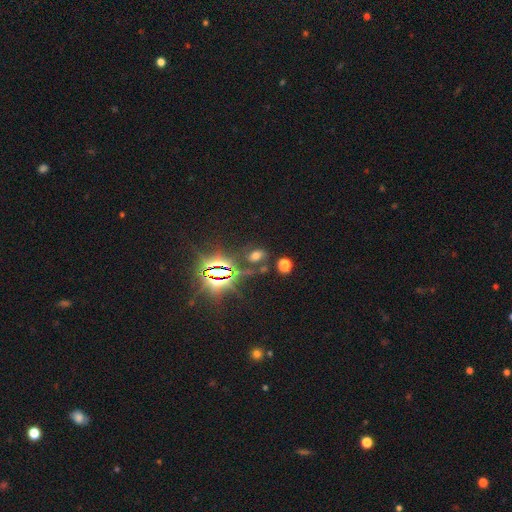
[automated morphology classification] This appears to be a star or artifact, not a galaxy (48%).